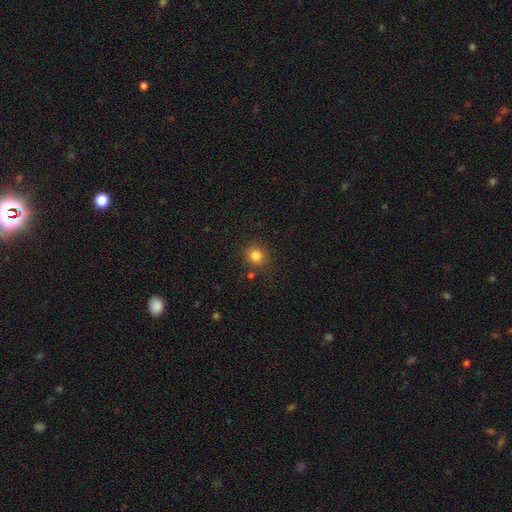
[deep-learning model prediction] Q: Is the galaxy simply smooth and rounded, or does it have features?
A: smooth — 82%.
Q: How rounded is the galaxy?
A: round — 86%.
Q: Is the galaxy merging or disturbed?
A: none — 84%.